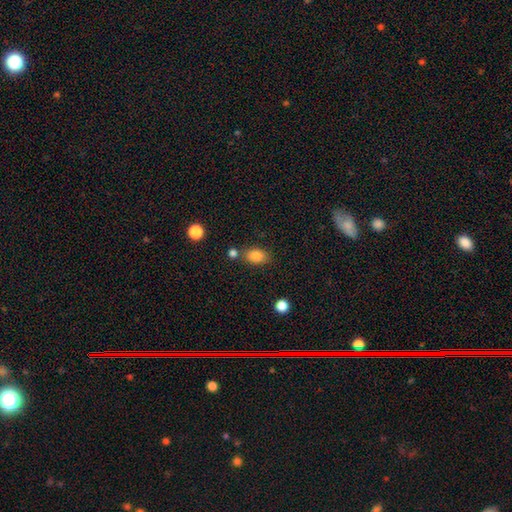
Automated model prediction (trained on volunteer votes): Smooth or featured?
  - smooth: 85% *
  - star or artifact: 9%
  - featured or disk: 6%
How rounded?
  - in between: 80% *
  - round: 18%
  - cigar-shaped: 2%
Merging?
  - none: 70% *
  - minor disturbance: 14%
  - merger: 13%
  - major disturbance: 4%